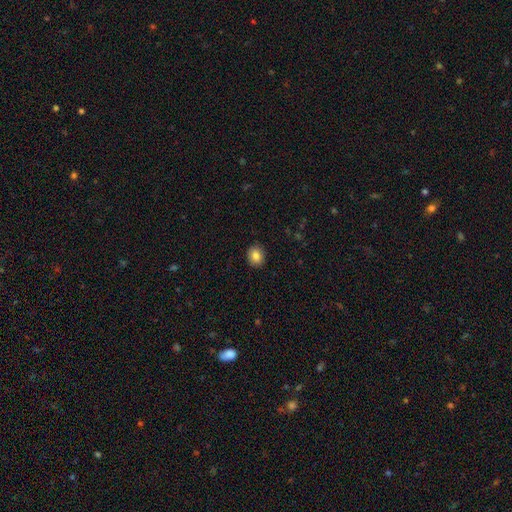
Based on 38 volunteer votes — Morphology: type=smooth (87%); roundness=in between (70%); merging=none (91%).